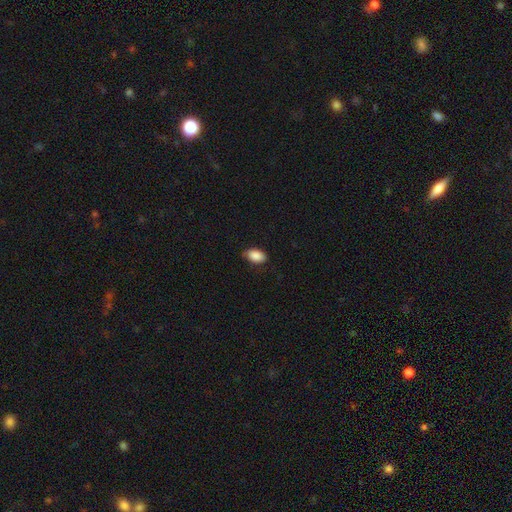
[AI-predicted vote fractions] smooth_or_featured: smooth (p=0.88) [alt: star or artifact p=0.07]
how_rounded: in between (p=0.92) [alt: round p=0.06]
merging: none (p=0.78) [alt: minor disturbance p=0.18]